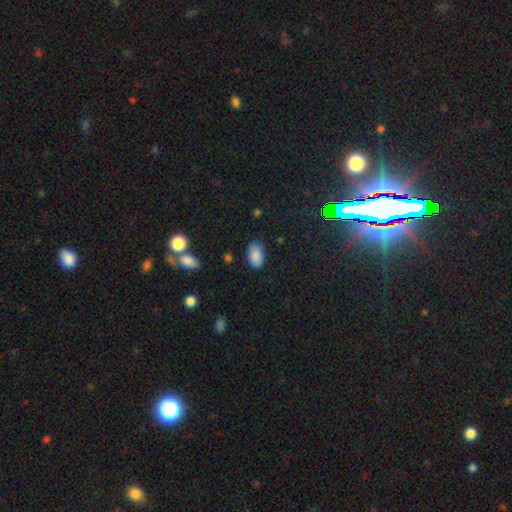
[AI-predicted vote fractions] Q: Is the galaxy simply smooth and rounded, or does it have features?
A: smooth — 86%.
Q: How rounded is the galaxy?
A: in between — 93%.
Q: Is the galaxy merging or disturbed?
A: none — 80%.